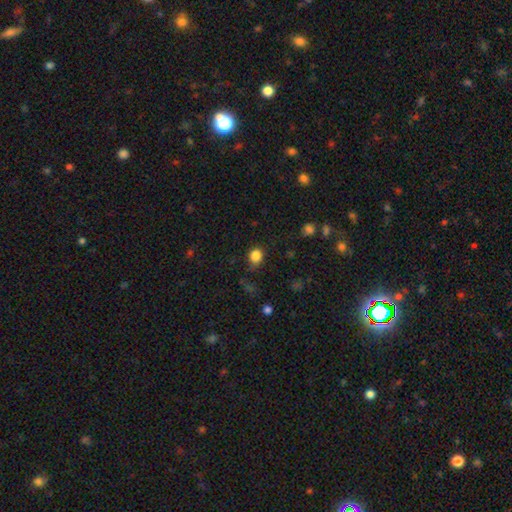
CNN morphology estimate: smooth-or-featured: smooth: 85% | star or artifact: 11% | featured or disk: 4%
  how-rounded: round: 66% | in between: 33% | cigar-shaped: 1%
  merging: none: 72% | minor disturbance: 20% | major disturbance: 6% | merger: 2%